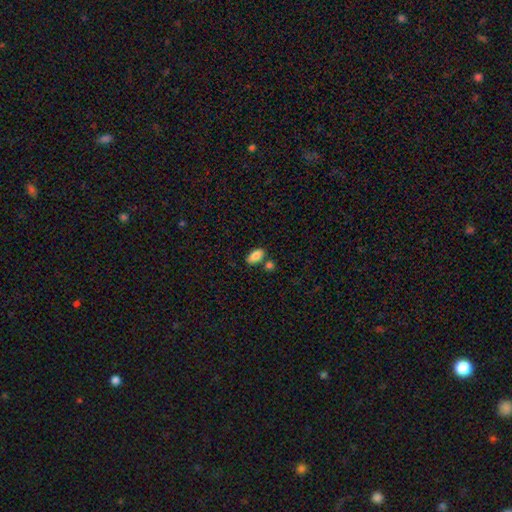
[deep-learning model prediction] This appears to be a smooth galaxy with no disk features (86%) that is in between round and cigar-shaped (92%). Merging: none (75%).